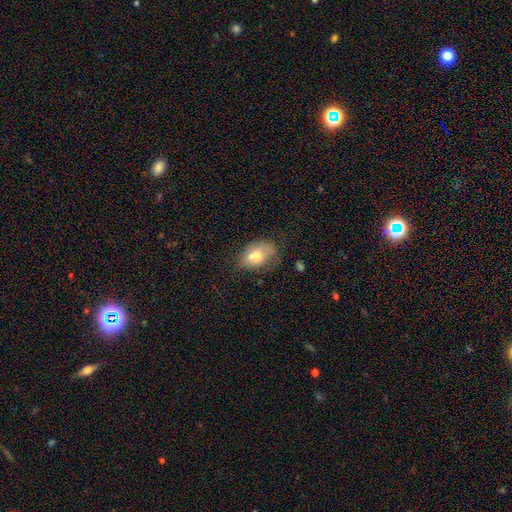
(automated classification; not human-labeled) Morphology: type=smooth (70%); roundness=in between (84%); merging=none (44%).